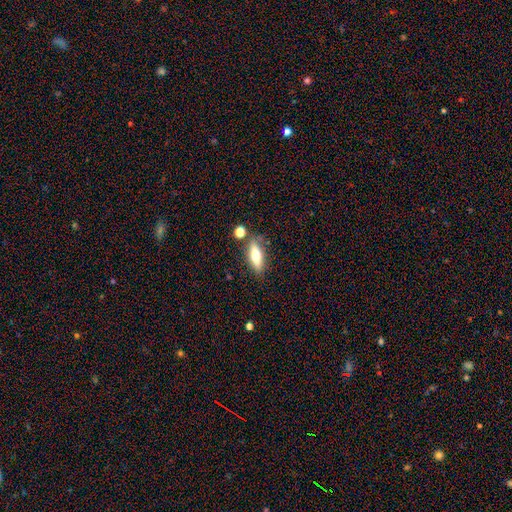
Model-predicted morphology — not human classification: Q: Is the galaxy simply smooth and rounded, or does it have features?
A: smooth — 58%.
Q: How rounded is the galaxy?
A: in between — 52%.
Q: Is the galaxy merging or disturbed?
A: none — 75%.